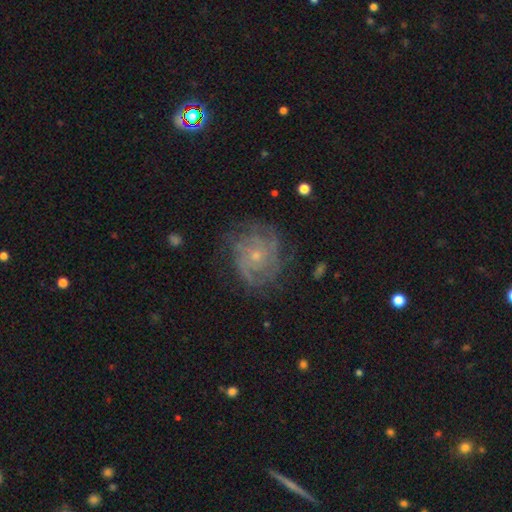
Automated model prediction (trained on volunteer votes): smooth_or_featured: featured or disk (p=0.77) [alt: smooth p=0.14]
disk_edge_on: no (p=0.98) [alt: yes p=0.02]
bar: no (p=0.81) [alt: weak p=0.16]
has_spiral_arms: yes (p=0.89) [alt: no p=0.11]
spiral_winding: tight (p=0.59) [alt: medium p=0.31]
spiral_arm_count: can't tell (p=0.40) [alt: 3 p=0.19]
bulge_size: small (p=0.72) [alt: moderate p=0.24]
merging: none (p=0.70) [alt: minor disturbance p=0.18]